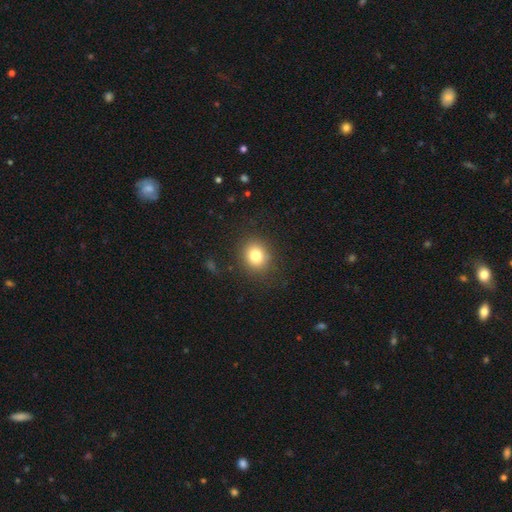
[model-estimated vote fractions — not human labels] This is likely a smooth galaxy (80%). How rounded: likely round (74%). Merging: clearly none (86%).